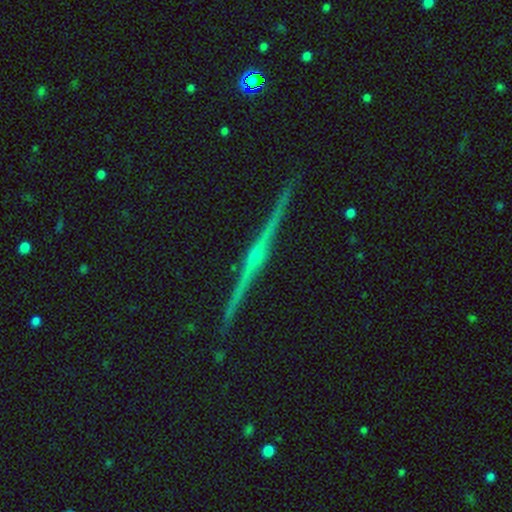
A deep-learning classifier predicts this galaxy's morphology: Q: Smooth or featured?
A: featured or disk (86%); runner-up: star or artifact (8%)
Q: Edge-on disk?
A: yes (98%); runner-up: no (2%)
Q: Edge-on bulge?
A: rounded (85%); runner-up: none (9%)
Q: Merging?
A: none (93%); runner-up: minor disturbance (5%)